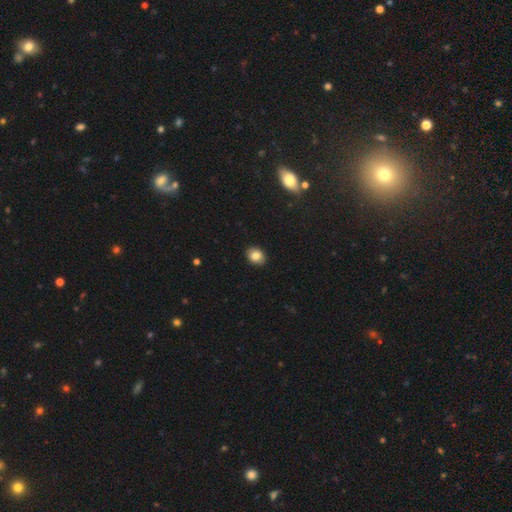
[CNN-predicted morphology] The model was most divided on "how rounded": in between: 54%, round: 45%, cigar-shaped: 1%. More confident: merging — none (90%); smooth or featured — smooth (84%).